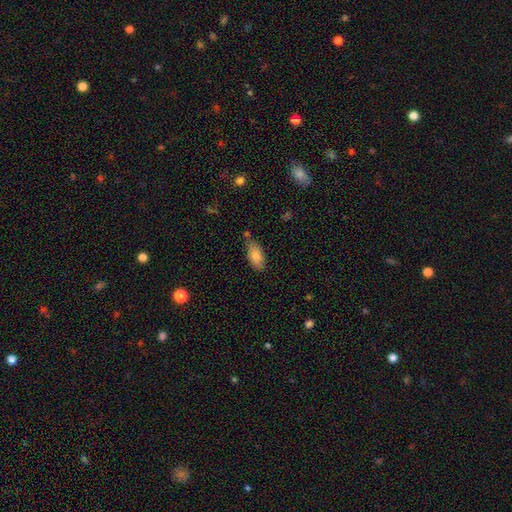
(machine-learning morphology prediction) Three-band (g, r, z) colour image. It shows a smooth galaxy with no disk features (84%) that is in between round and cigar-shaped (89%). Merging: none (64%).